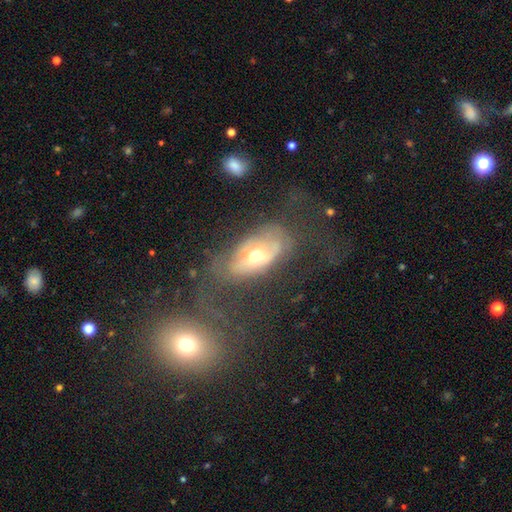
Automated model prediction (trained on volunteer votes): This is likely a featured or disk galaxy (62%). It is clearly not viewed edge-on (89%). Bar: likely no (67%). Spiral arm pattern: possibly yes (55%). Central bulge: likely moderate (67%). Merging: marginally none (43%).